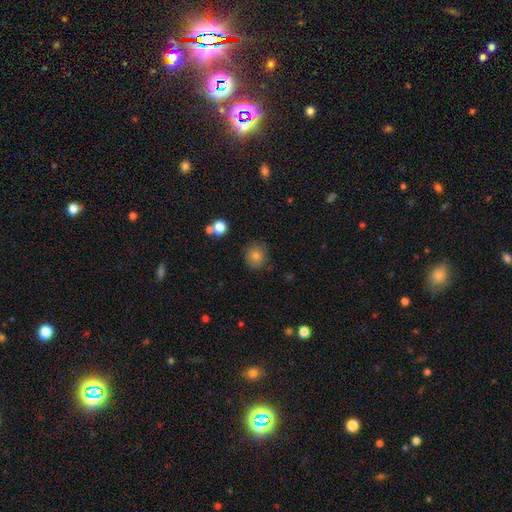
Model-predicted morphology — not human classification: Smooth or featured?
  - smooth: 79% *
  - star or artifact: 12%
  - featured or disk: 9%
How rounded?
  - round: 91% *
  - in between: 8%
  - cigar-shaped: 1%
Merging?
  - none: 87% *
  - minor disturbance: 8%
  - major disturbance: 2%
  - merger: 2%